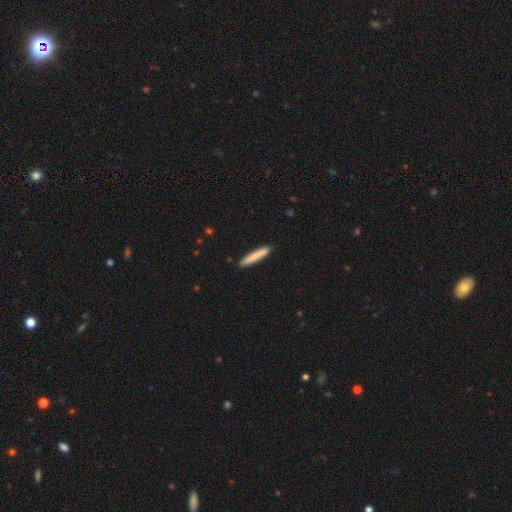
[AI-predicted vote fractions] Morphology: type=smooth (81%); roundness=cigar-shaped (94%); merging=none (90%).